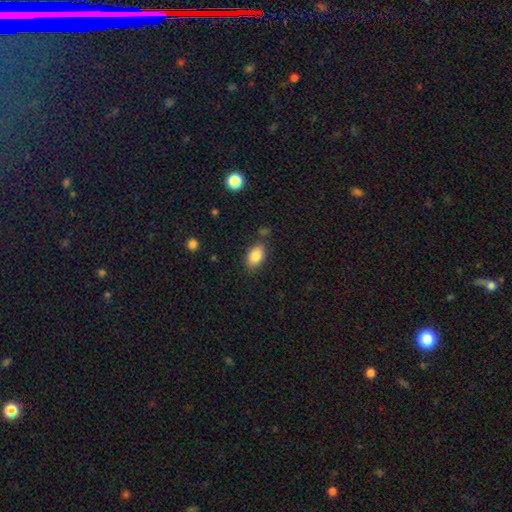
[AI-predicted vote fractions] A smooth galaxy with no disk features (86%) that is in between round and cigar-shaped (88%).

Vote fractions:
- Smooth or featured? smooth: 86% / star or artifact: 8% / featured or disk: 6%
- How rounded? in between: 88% / round: 10% / cigar-shaped: 2%
- Merging? none: 79% / minor disturbance: 14% / merger: 4% / major disturbance: 4%